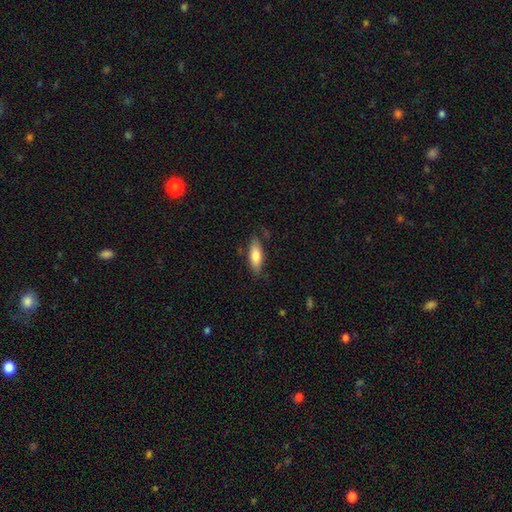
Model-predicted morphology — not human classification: A smooth galaxy with no disk features (77%) that is in between round and cigar-shaped (62%).

Vote fractions:
- Smooth or featured? smooth: 77% / featured or disk: 17% / star or artifact: 6%
- How rounded? in between: 62% / cigar-shaped: 36% / round: 2%
- Merging? none: 77% / minor disturbance: 18% / major disturbance: 4% / merger: 2%